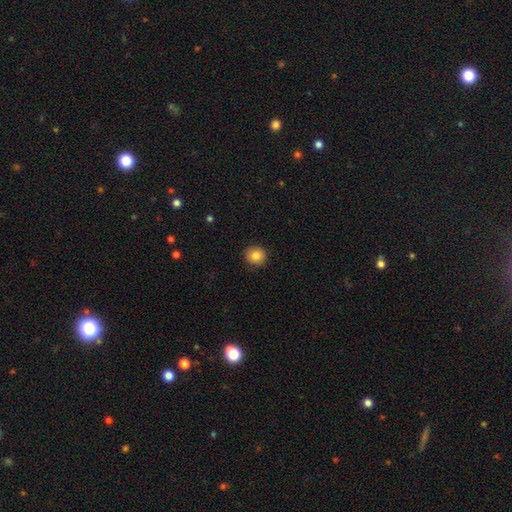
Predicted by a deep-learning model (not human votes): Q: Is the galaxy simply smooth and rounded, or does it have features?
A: smooth — 85%.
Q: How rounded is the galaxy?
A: round — 89%.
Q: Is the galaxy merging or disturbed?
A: none — 91%.